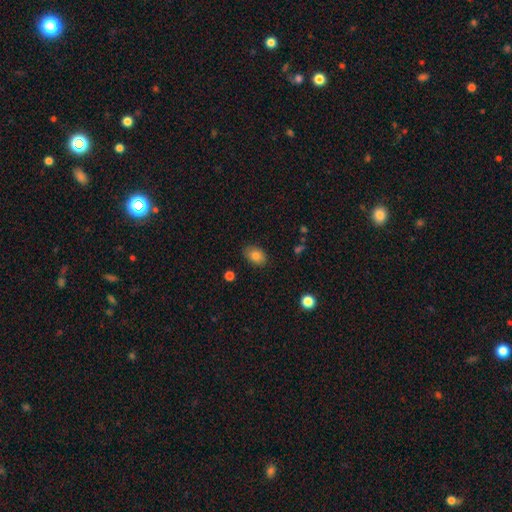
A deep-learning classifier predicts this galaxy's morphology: Smooth or featured?
  - smooth: 84% *
  - star or artifact: 9%
  - featured or disk: 7%
How rounded?
  - in between: 82% *
  - round: 17%
  - cigar-shaped: 1%
Merging?
  - none: 85% *
  - minor disturbance: 12%
  - major disturbance: 3%
  - merger: 1%